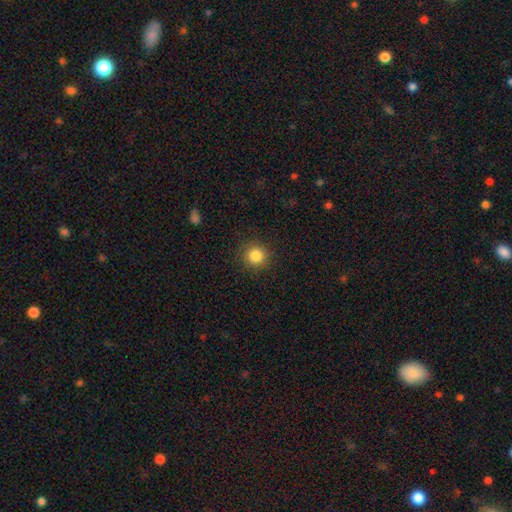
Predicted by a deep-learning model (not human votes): smooth_or_featured: smooth (p=0.84) [alt: star or artifact p=0.11]
how_rounded: round (p=0.94) [alt: in between p=0.05]
merging: none (p=0.90) [alt: minor disturbance p=0.07]